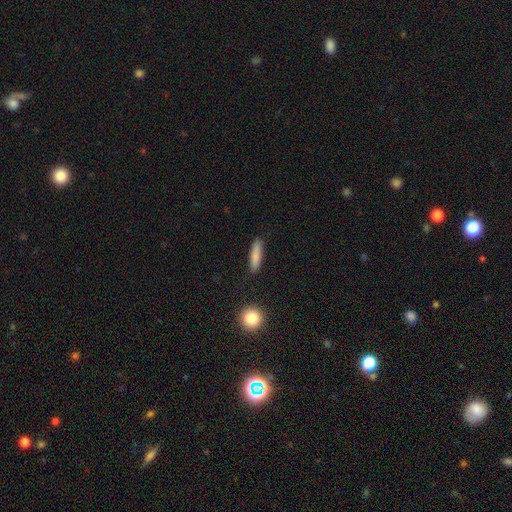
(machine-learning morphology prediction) Smooth or featured: smooth — 83% (featured or disk — 10%)
How rounded: cigar-shaped — 79% (in between — 19%)
Merging: none — 88% (minor disturbance — 8%)